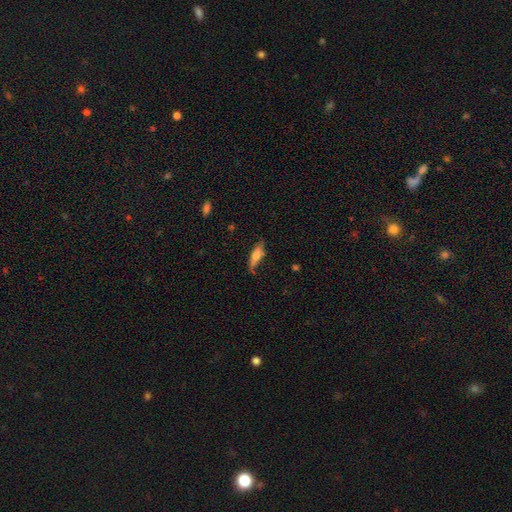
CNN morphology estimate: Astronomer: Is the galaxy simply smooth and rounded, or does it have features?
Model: smooth — 52% (runner-up: featured or disk, 41%).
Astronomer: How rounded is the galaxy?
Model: cigar-shaped — 57% (runner-up: in between, 41%).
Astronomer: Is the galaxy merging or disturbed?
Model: none — 70%.